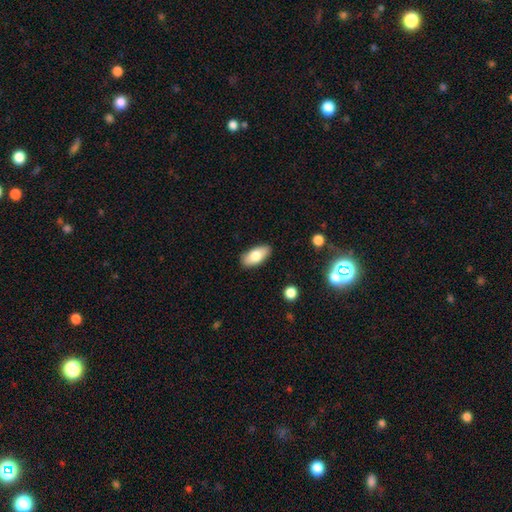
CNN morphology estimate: The model was most divided on "smooth or featured": smooth: 76%, featured or disk: 17%, star or artifact: 7%. More confident: how rounded — in between (90%); merging — none (87%).